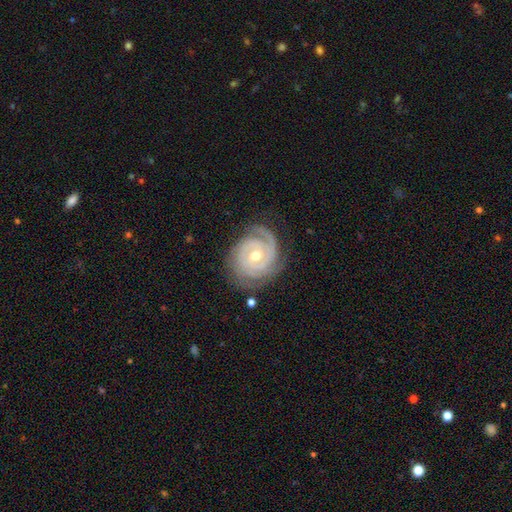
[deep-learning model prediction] This appears to be a featured or disk galaxy (90%) with no bar (61%), 2 (33%) tight (81%) spiral arms (98%) and a moderate central bulge (60%). Merging: none (76%).